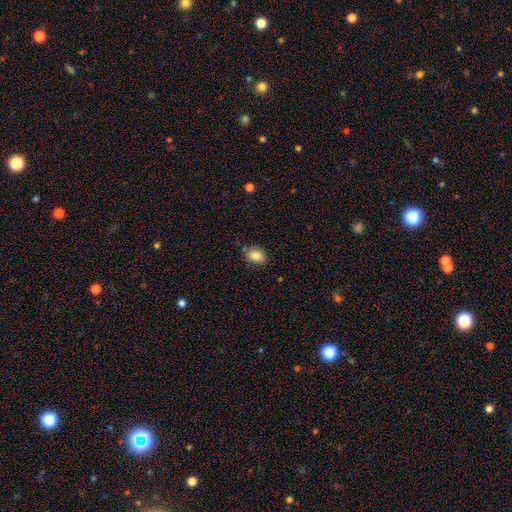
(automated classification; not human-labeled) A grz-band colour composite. It shows a smooth galaxy with no disk features (85%) that is in between round and cigar-shaped (73%). Merging: none (81%).